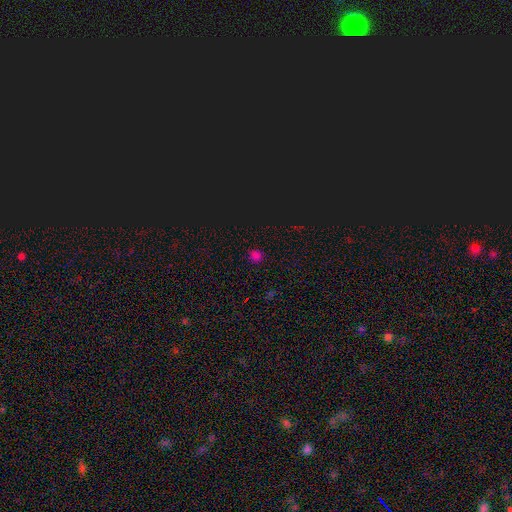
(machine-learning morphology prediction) type=smooth (69%); roundness=round (91%); merging=none (90%).